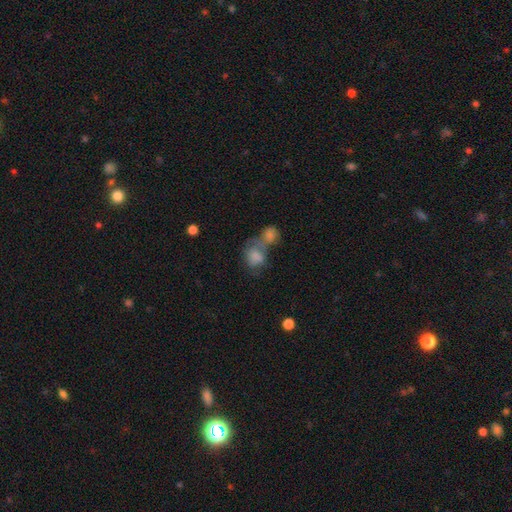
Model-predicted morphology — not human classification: This is likely a smooth galaxy (74%). How rounded: possibly in between (54%). Merging: likely merger (65%).